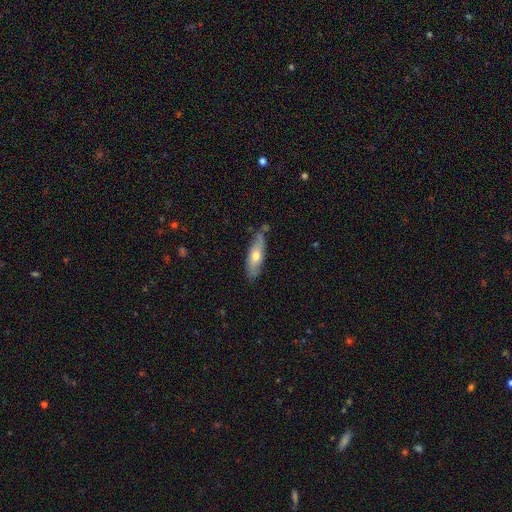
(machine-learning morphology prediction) smooth-or-featured: smooth: 58% | featured or disk: 36% | star or artifact: 6%
  how-rounded: cigar-shaped: 51% | in between: 47% | round: 2%
  merging: none: 73% | minor disturbance: 20% | merger: 4% | major disturbance: 3%